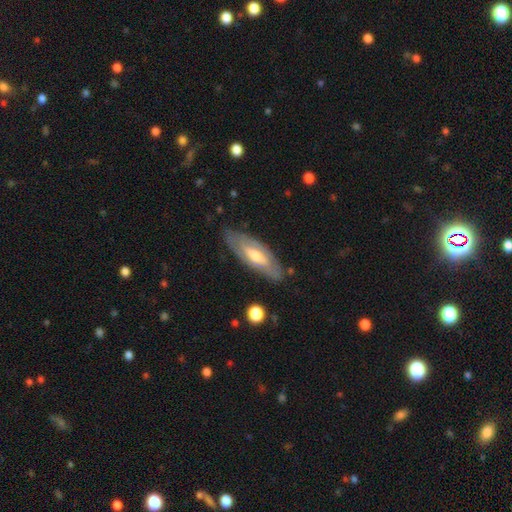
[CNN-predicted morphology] Smooth or featured? featured or disk (64%)
Edge-on disk? no (70%)
Merging? none (77%)